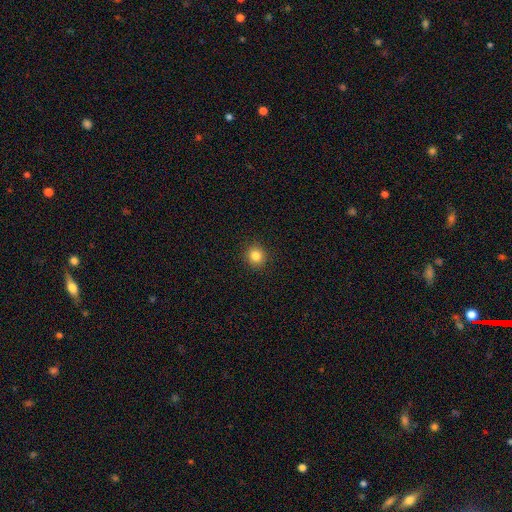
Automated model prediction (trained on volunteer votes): A smooth galaxy with no disk features (84%) that is round (87%).

Vote fractions:
- Smooth or featured? smooth: 84% / star or artifact: 11% / featured or disk: 5%
- How rounded? round: 87% / in between: 12% / cigar-shaped: 1%
- Merging? none: 91% / minor disturbance: 6% / major disturbance: 2% / merger: 1%